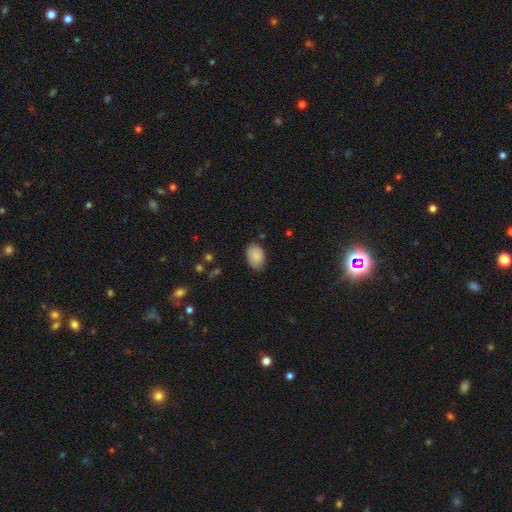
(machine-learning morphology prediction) The model was most divided on "merging": none: 80%, minor disturbance: 16%, major disturbance: 3%, merger: 1%. More confident: smooth or featured — smooth (87%); how rounded — in between (85%).